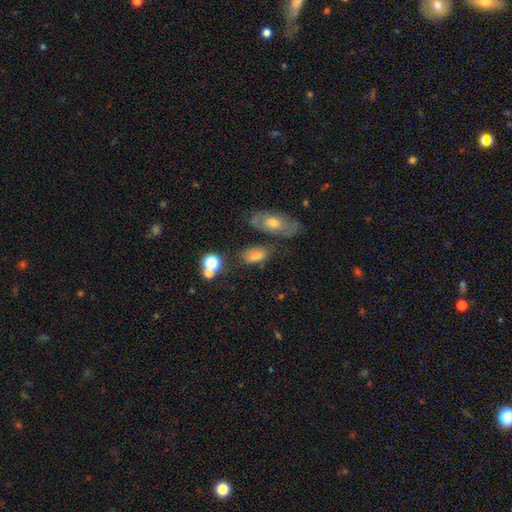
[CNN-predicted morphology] Overall: smooth (73%). How rounded: in between (86%). Merging: none (63%).